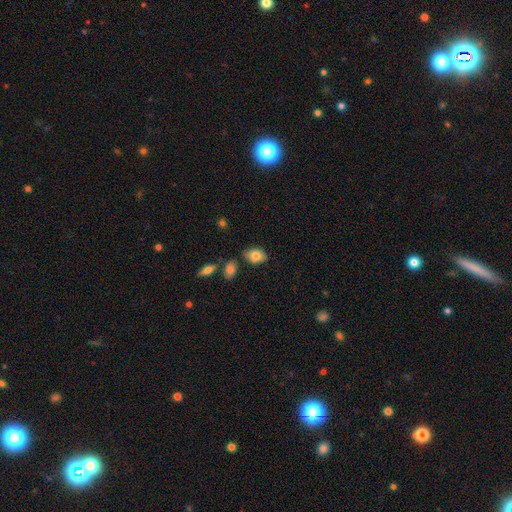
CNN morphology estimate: A smooth galaxy with no disk features (81%) that is in between round and cigar-shaped (84%). Merging: none (72%).